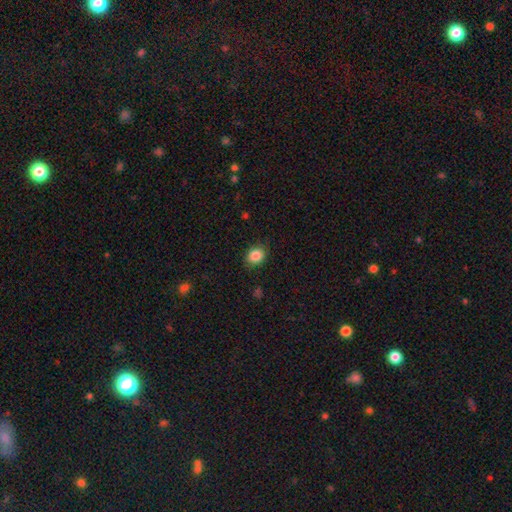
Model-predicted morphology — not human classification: Q: Smooth or featured?
A: smooth (86%); runner-up: star or artifact (9%)
Q: How rounded?
A: in between (50%); runner-up: round (49%)
Q: Merging?
A: none (85%); runner-up: minor disturbance (11%)